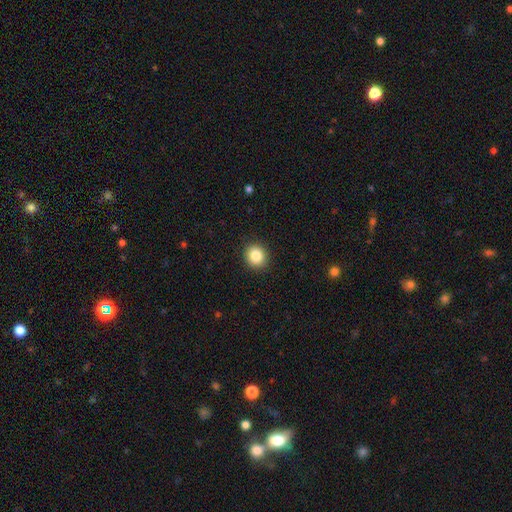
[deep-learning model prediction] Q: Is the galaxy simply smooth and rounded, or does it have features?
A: smooth — 86%.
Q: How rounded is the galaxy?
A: round — 81%.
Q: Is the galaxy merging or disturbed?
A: none — 91%.